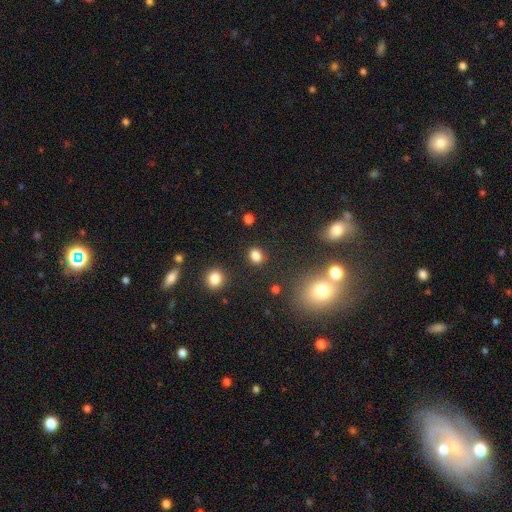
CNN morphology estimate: A smooth galaxy with no disk features (82%) that is round (56%). Merging: none (86%).